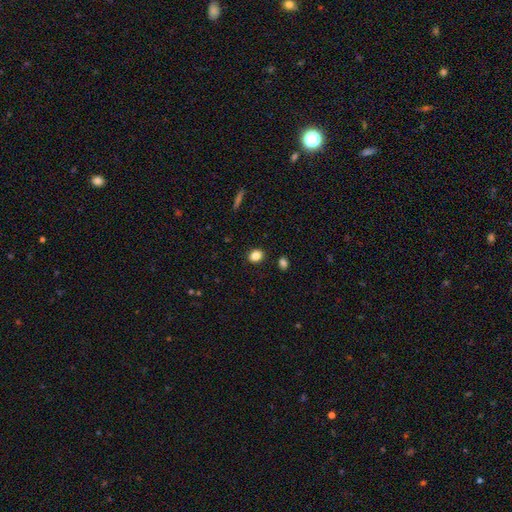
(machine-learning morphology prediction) type=smooth (85%); roundness=round (50%); merging=none (88%).